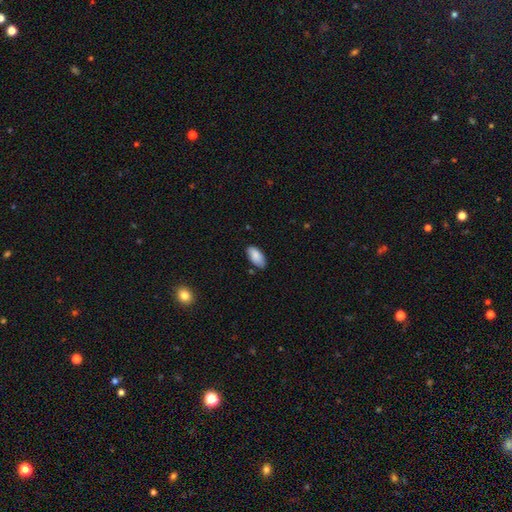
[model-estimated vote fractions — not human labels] Smooth or featured: smooth — 86% (featured or disk — 7%)
How rounded: in between — 93% (cigar-shaped — 5%)
Merging: none — 78% (minor disturbance — 17%)